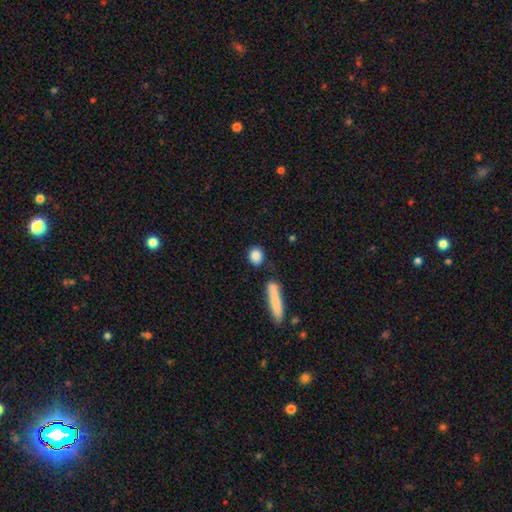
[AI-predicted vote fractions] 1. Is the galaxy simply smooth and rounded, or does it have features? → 87% smooth, 8% star or artifact, 6% featured or disk.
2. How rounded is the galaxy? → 63% round, 31% in between, 6% cigar-shaped.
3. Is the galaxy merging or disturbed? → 79% none, 10% minor disturbance, 7% merger, 3% major disturbance.